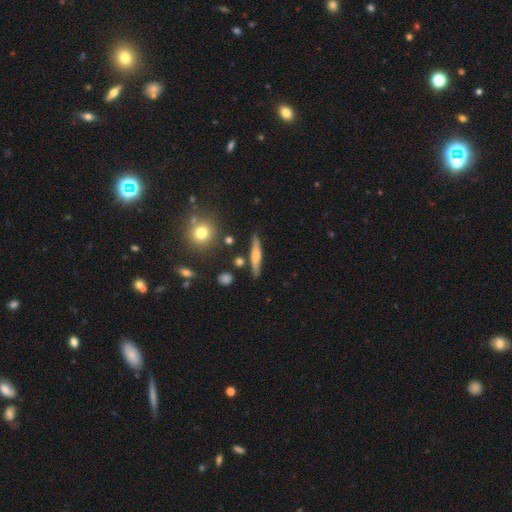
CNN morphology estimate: This is possibly a smooth galaxy (49%). Merging: clearly none (81%).